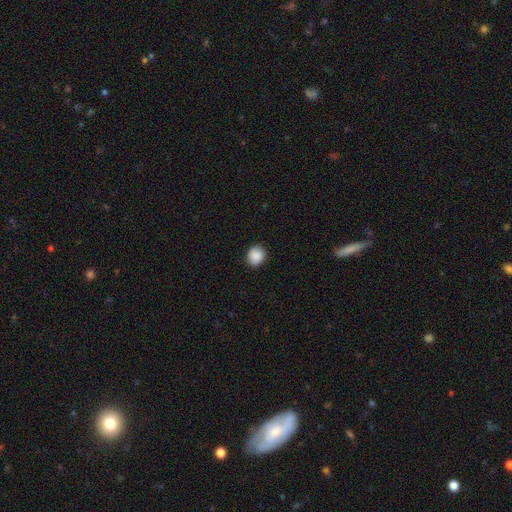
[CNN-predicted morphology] Smooth or featured: smooth — 88% (star or artifact — 8%)
How rounded: round — 75% (in between — 24%)
Merging: none — 88% (minor disturbance — 9%)